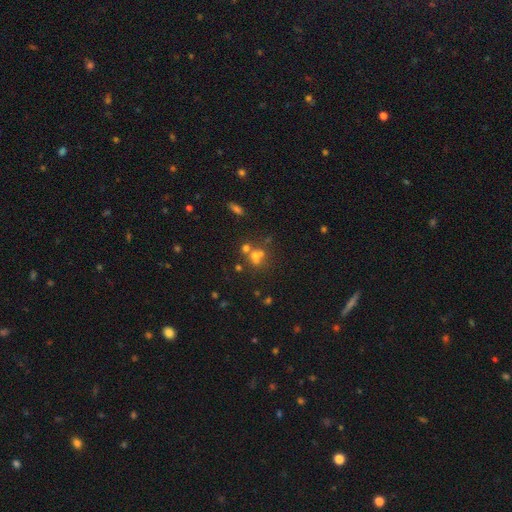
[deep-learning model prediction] Smooth or featured?
  - smooth: 54% *
  - star or artifact: 24%
  - featured or disk: 22%
How rounded?
  - round: 73% *
  - in between: 26%
  - cigar-shaped: 2%
Merging?
  - merger: 45% *
  - none: 39%
  - minor disturbance: 9%
  - major disturbance: 6%